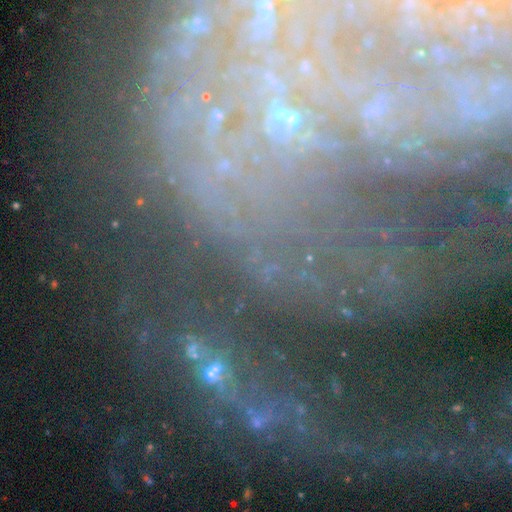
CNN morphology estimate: featured or disk 55%, star or artifact 33%, smooth 13%. Down the decision tree: edge-on disk — no (90%); merging — none (58%).